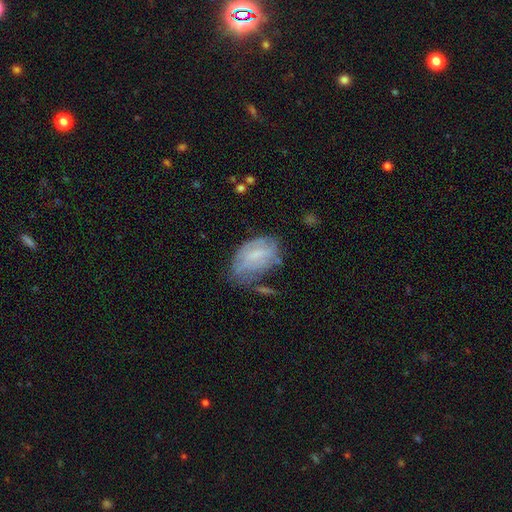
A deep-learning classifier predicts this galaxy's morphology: The model was most divided on "smooth or featured": featured or disk: 48%, smooth: 43%, star or artifact: 9%. Remaining: merging — none (41%).